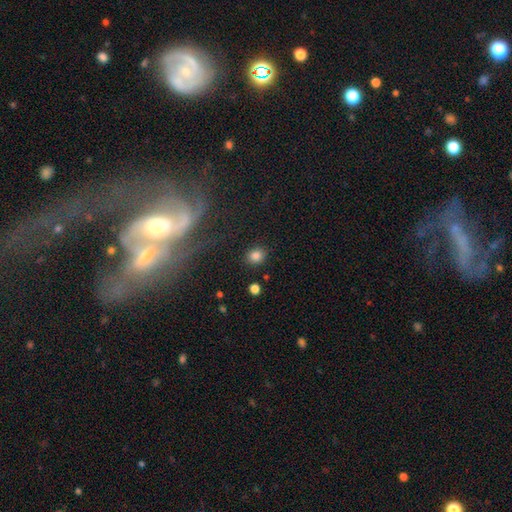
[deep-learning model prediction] A smooth galaxy with no disk features (82%) that is round (63%).

Vote fractions:
- Smooth or featured? smooth: 82% / star or artifact: 12% / featured or disk: 6%
- How rounded? round: 63% / in between: 36% / cigar-shaped: 1%
- Merging? none: 85% / minor disturbance: 9% / major disturbance: 3% / merger: 2%